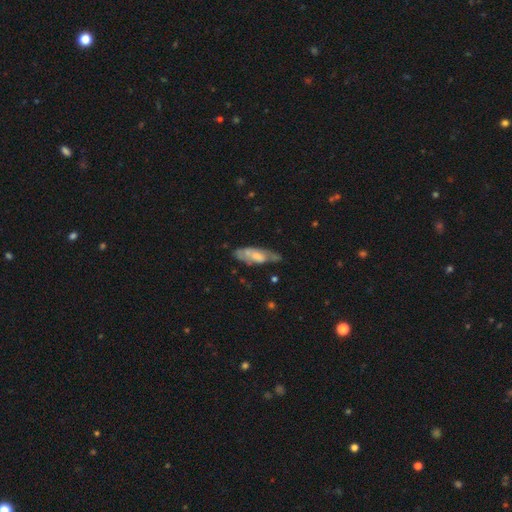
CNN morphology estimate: smooth_or_featured: featured or disk (p=0.50) [alt: smooth p=0.44]
disk_edge_on: no (p=0.74) [alt: yes p=0.26]
merging: none (p=0.53) [alt: minor disturbance p=0.30]